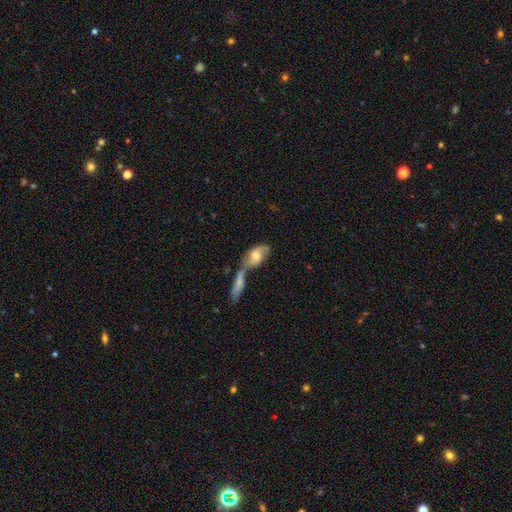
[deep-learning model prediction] Morphology: type=smooth (48%); merging=merger (62%).